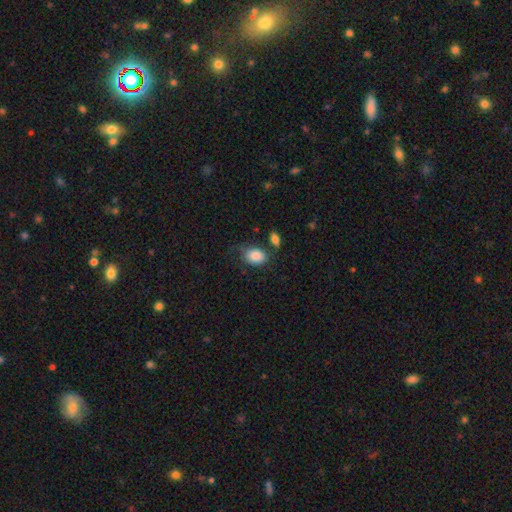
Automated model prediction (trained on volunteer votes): Smooth or featured? Predicted: smooth (p=0.86). How rounded? Predicted: in between (p=0.74). Merging? Predicted: none (p=0.58).